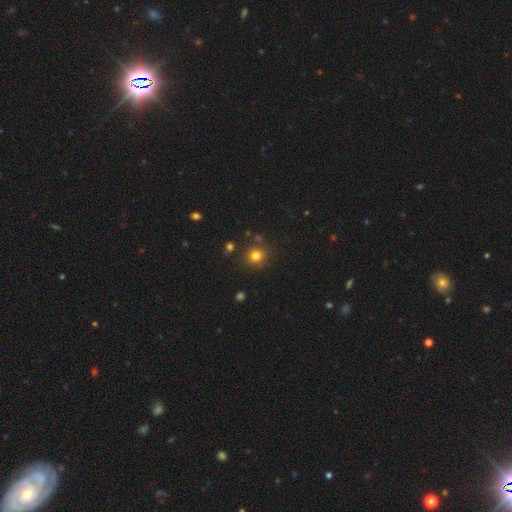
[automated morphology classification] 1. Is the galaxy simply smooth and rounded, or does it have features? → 79% smooth, 14% star or artifact, 6% featured or disk.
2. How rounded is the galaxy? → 91% round, 9% in between, 1% cigar-shaped.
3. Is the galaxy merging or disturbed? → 83% none, 9% minor disturbance, 5% merger, 3% major disturbance.